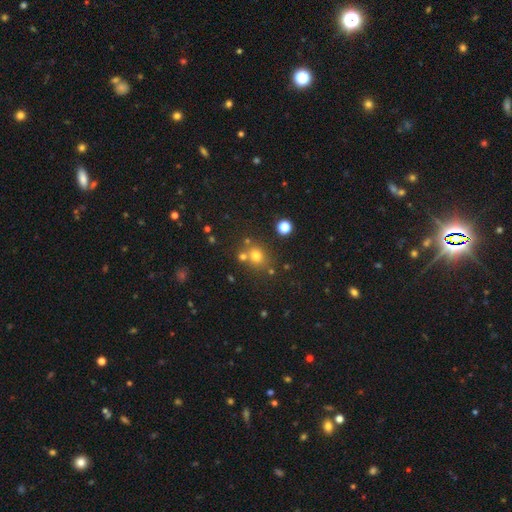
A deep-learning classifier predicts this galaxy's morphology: Smooth or featured?
  - smooth: 74% *
  - star or artifact: 18%
  - featured or disk: 9%
How rounded?
  - round: 73% *
  - in between: 26%
  - cigar-shaped: 1%
Merging?
  - none: 65% *
  - merger: 18%
  - minor disturbance: 12%
  - major disturbance: 5%